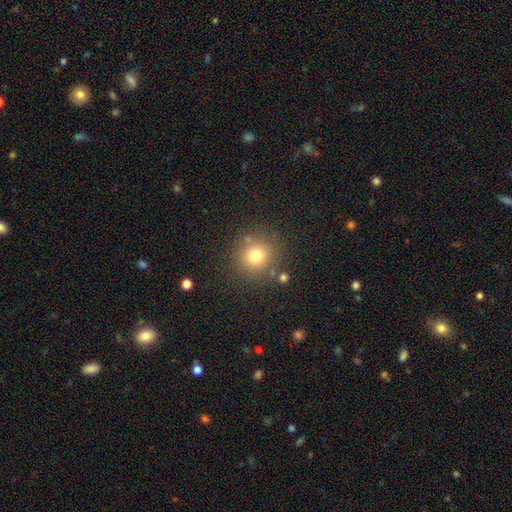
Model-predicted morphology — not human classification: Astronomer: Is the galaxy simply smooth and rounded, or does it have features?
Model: smooth — 76%.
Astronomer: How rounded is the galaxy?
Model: round — 92%.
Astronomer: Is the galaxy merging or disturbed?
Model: none — 83%.